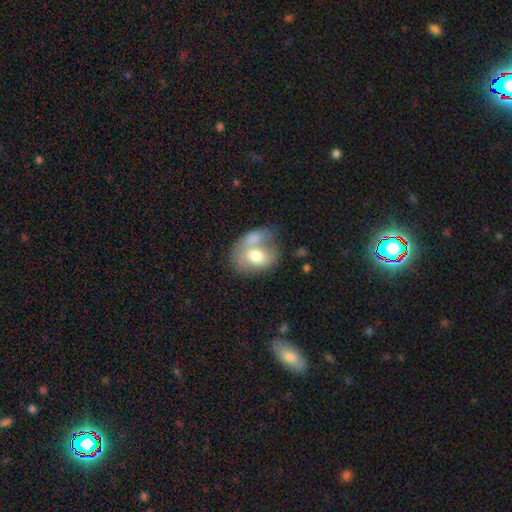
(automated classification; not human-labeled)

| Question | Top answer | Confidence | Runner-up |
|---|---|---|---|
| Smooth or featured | smooth | 66% | featured or disk (28%) |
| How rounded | in between | 63% | round (35%) |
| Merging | merger | 54% | none (22%) |